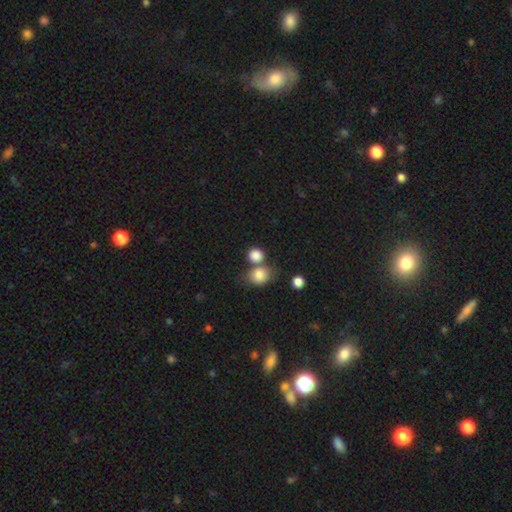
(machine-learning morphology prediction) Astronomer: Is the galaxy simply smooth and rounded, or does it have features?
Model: smooth — 85%.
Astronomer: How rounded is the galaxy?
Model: round — 79%.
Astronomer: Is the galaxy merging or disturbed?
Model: none — 54% (runner-up: merger, 33%).